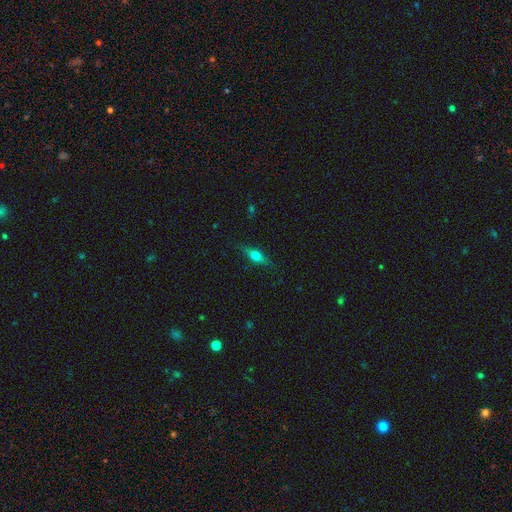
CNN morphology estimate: A smooth galaxy with no disk features (47%).

Vote fractions:
- Smooth or featured? smooth: 47% / featured or disk: 45% / star or artifact: 8%
- Merging? none: 85% / minor disturbance: 11% / major disturbance: 3% / merger: 1%